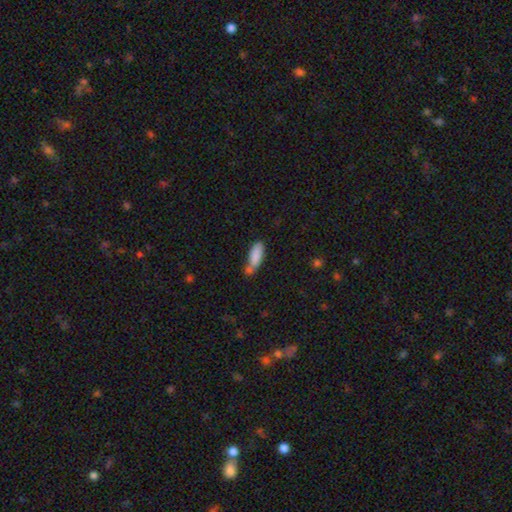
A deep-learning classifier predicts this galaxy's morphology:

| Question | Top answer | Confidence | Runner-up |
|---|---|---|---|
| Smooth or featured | smooth | 85% | featured or disk (8%) |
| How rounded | in between | 63% | cigar-shaped (35%) |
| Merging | none | 47% | minor disturbance (24%) |